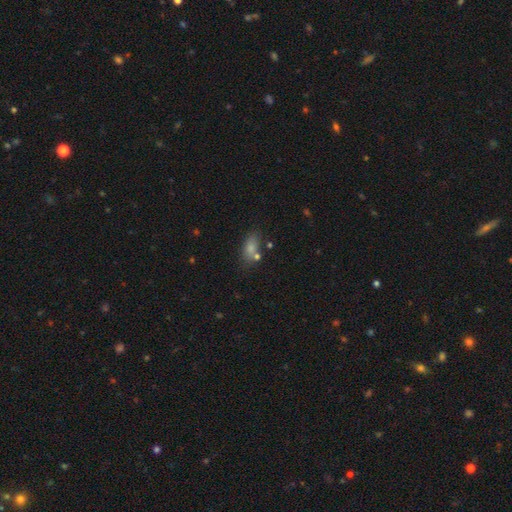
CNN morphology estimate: This is likely a smooth galaxy (62%). How rounded: likely in between (76%). Merging: likely none (64%).